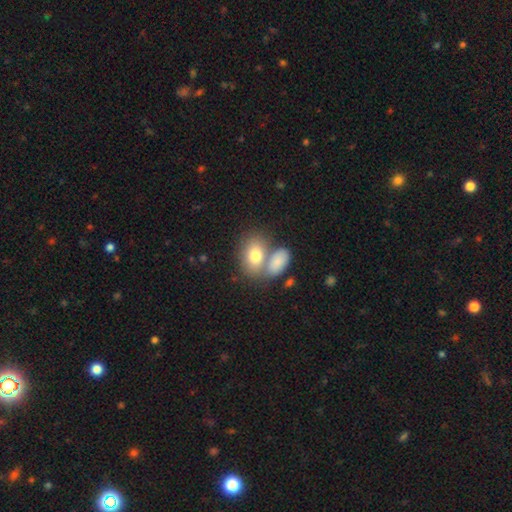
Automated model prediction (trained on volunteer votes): Overall: smooth (77%). How rounded: in between (83%). Merging: merger (46%; none 39%).